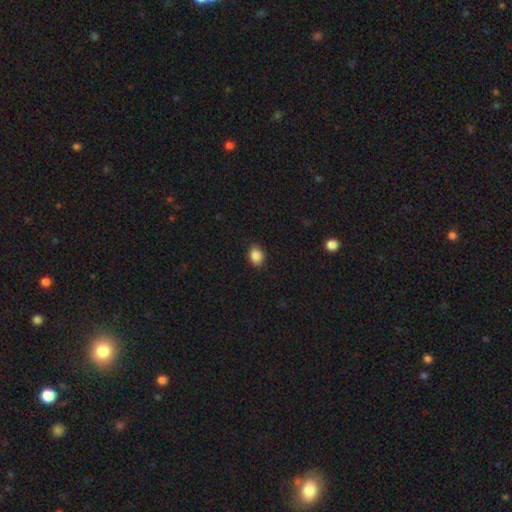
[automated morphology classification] type=smooth (87%); roundness=in between (61%); merging=none (82%).